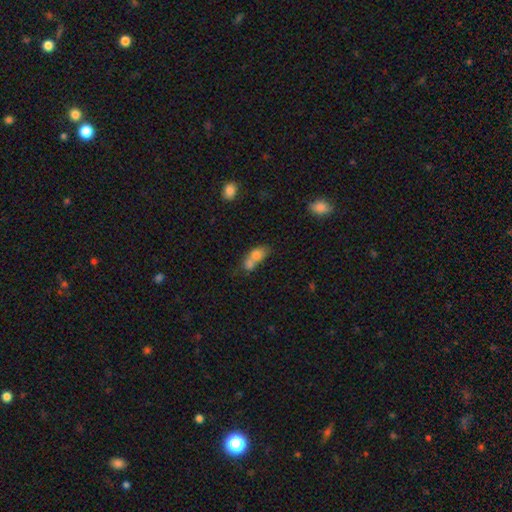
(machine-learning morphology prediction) Overall: smooth (71%). How rounded: in between (70%). Merging: merger (65%).